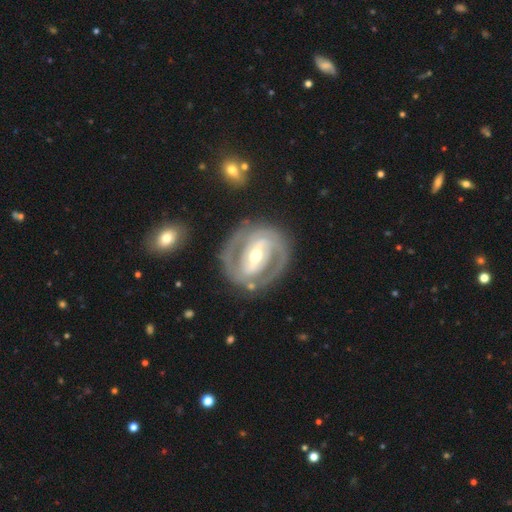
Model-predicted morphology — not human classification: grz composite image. It shows a featured or disk galaxy (88%) with a strong bar (65%), 2 (84%) tight (56%) spiral arms (92%) and a moderate central bulge (56%). Merging: none (81%).